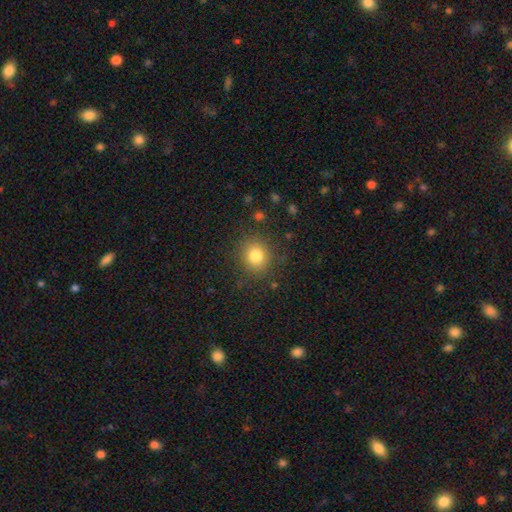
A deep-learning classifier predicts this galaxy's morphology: This is clearly a smooth galaxy (81%). How rounded: clearly round (80%). Merging: clearly none (85%).